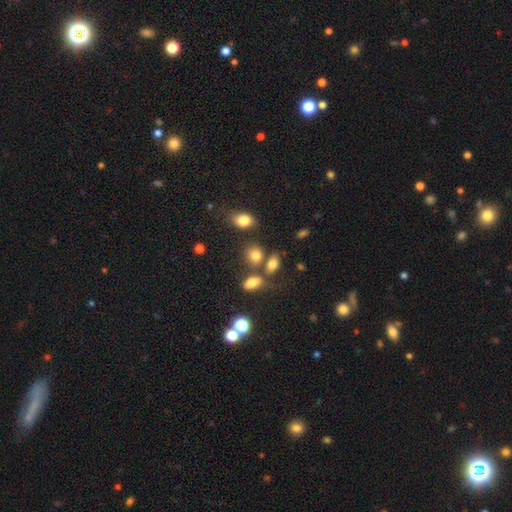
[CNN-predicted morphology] Smooth or featured? smooth (78%)
How rounded? in between (58%)
Merging? none (60%)